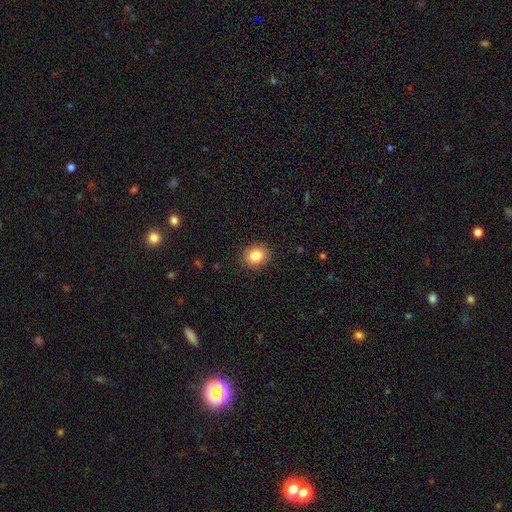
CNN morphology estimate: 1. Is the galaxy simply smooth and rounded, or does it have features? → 84% smooth, 10% star or artifact, 6% featured or disk.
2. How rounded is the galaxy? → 69% round, 30% in between, 1% cigar-shaped.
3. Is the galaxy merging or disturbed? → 89% none, 8% minor disturbance, 2% major disturbance, 1% merger.